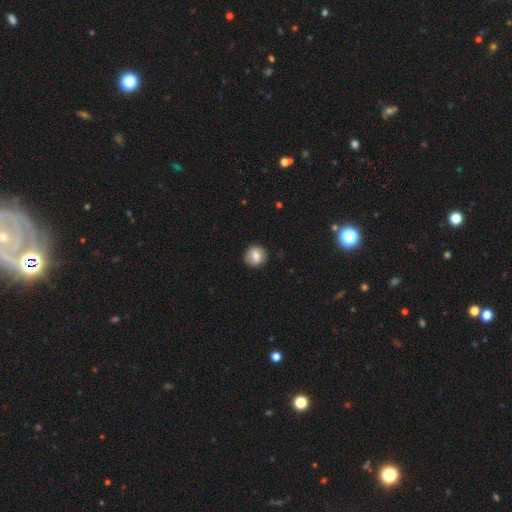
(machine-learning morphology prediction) This appears to be a smooth galaxy with no disk features (76%) that is round (84%). Merging: none (85%).